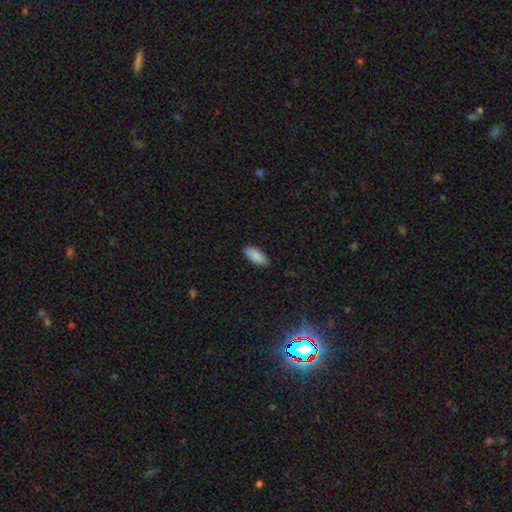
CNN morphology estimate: This appears to be a smooth galaxy with no disk features (89%) that is in between round and cigar-shaped (84%). Merging: none (88%).